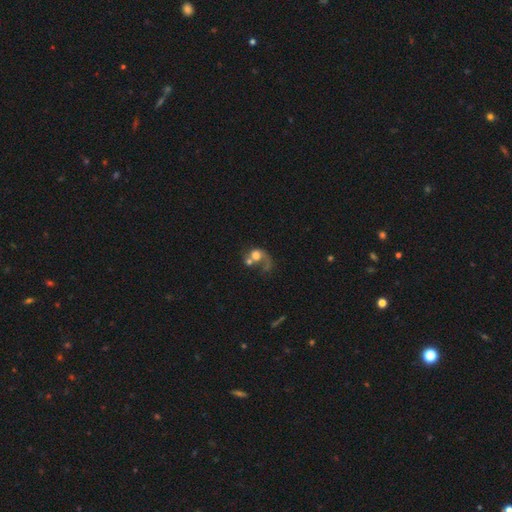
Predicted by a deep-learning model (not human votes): A featured or disk galaxy (47%). Merging: merger (44%).